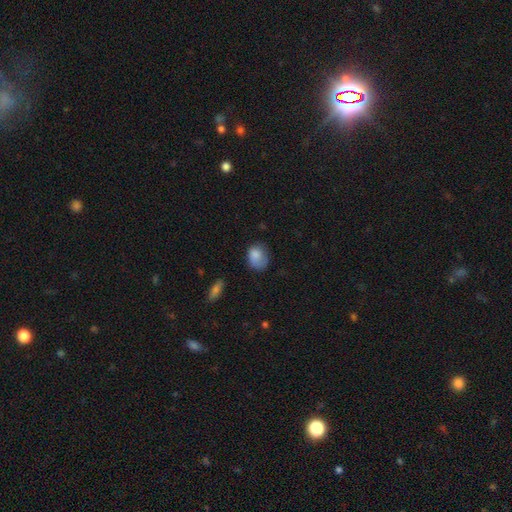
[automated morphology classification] Smooth or featured? smooth (81%)
How rounded? in between (58%)
Merging? none (48%)